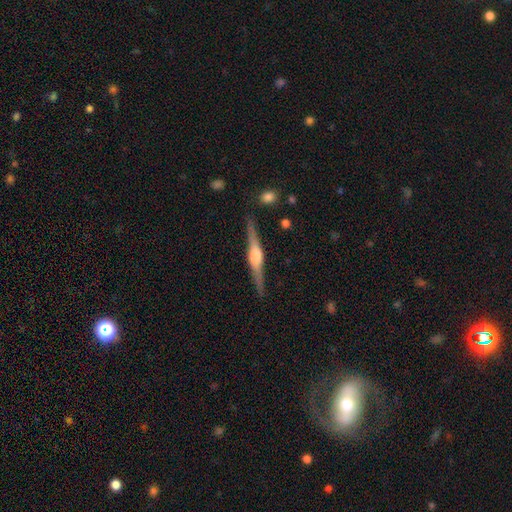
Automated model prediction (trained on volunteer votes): Smooth or featured? Predicted: featured or disk (p=0.80). Edge-on disk? Predicted: yes (p=0.98). Edge-on bulge? Predicted: rounded (p=0.84). Merging? Predicted: none (p=0.87).